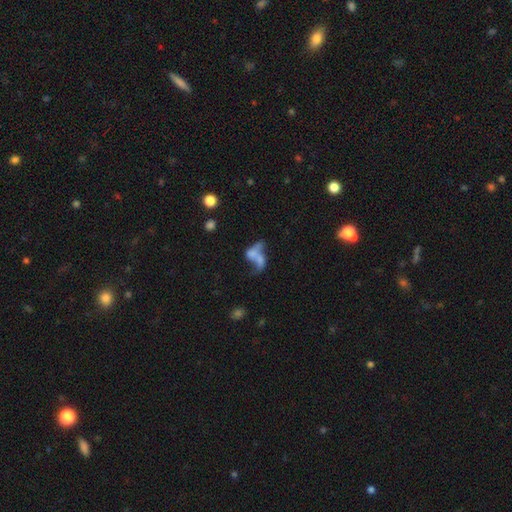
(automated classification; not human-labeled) Overall: featured or disk (44%; smooth 41%). Merging: merger (50%; major disturbance 23%).